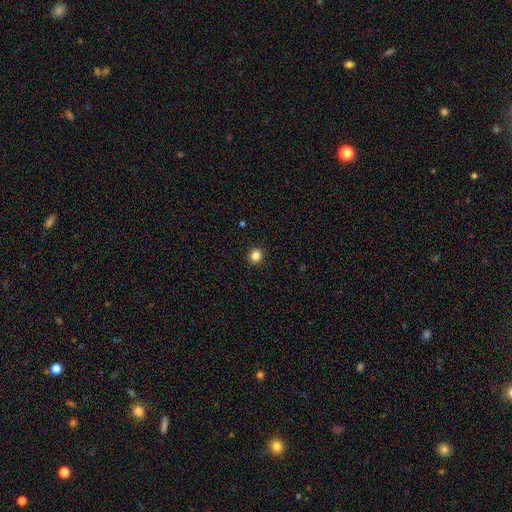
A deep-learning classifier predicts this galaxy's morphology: Overall: smooth (84%). How rounded: round (88%). Merging: none (92%).